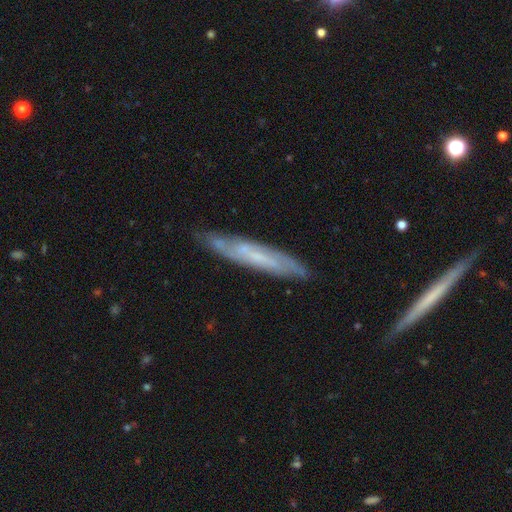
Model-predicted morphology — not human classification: Overall: featured or disk (61%; smooth 32%). Edge-on disk: yes (59%; no 41%). Merging: none (77%).